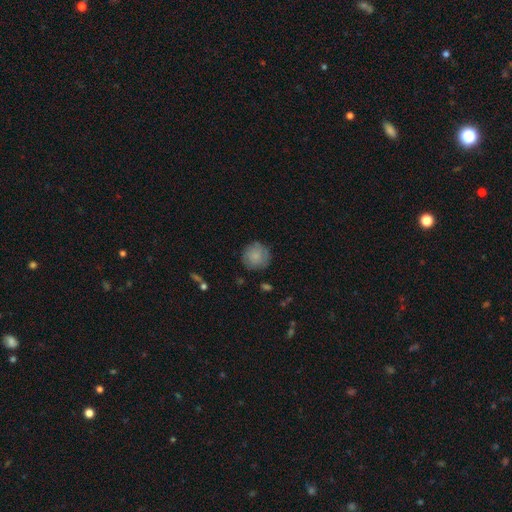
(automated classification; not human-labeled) Smooth or featured? smooth (81%)
How rounded? round (93%)
Merging? none (82%)